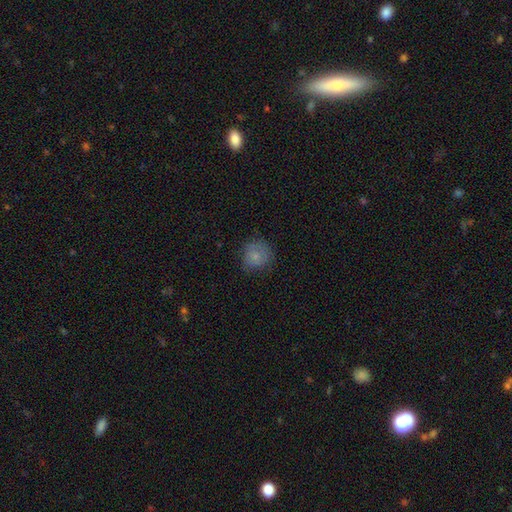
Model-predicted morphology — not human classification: Smooth or featured? Predicted: smooth (p=0.78). How rounded? Predicted: round (p=0.86). Merging? Predicted: none (p=0.70).